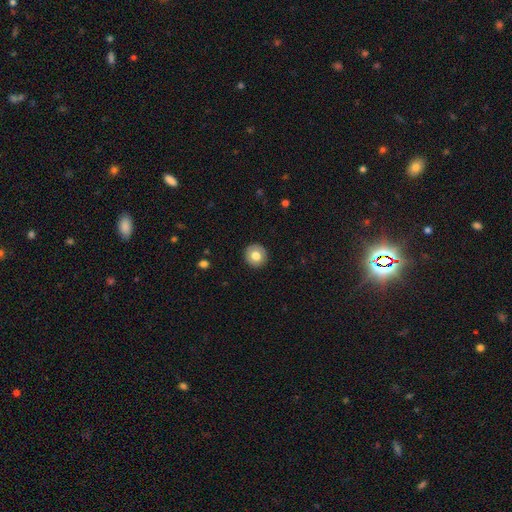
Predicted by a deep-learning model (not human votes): Overall: smooth (78%). How rounded: round (93%). Merging: none (91%).